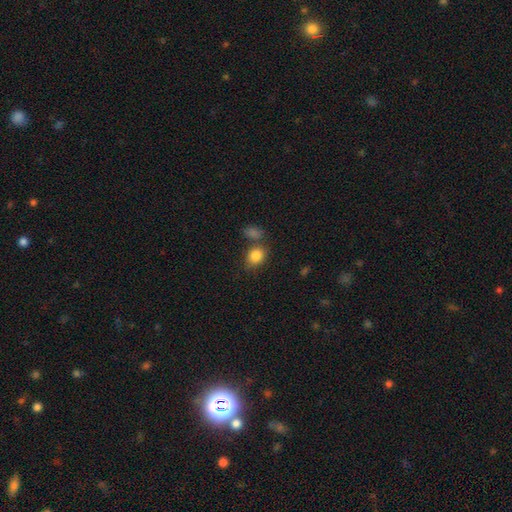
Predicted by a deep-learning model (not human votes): A smooth galaxy with no disk features (85%) that is round (50%). Merging: none (62%).